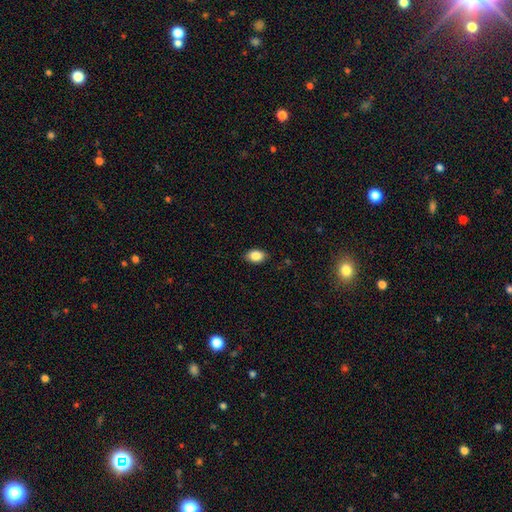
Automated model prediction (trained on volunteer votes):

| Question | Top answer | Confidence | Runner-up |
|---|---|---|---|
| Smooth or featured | smooth | 86% | star or artifact (8%) |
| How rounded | in between | 85% | round (14%) |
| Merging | none | 87% | minor disturbance (10%) |